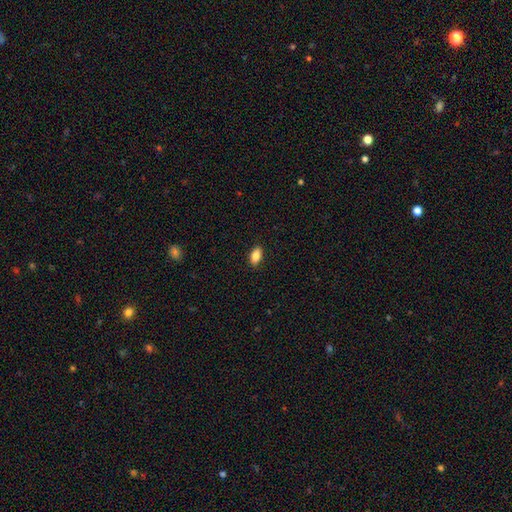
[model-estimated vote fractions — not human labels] smooth-or-featured: smooth: 85% | star or artifact: 8% | featured or disk: 8%
  how-rounded: in between: 90% | cigar-shaped: 5% | round: 5%
  merging: none: 89% | minor disturbance: 8% | major disturbance: 2% | merger: 1%